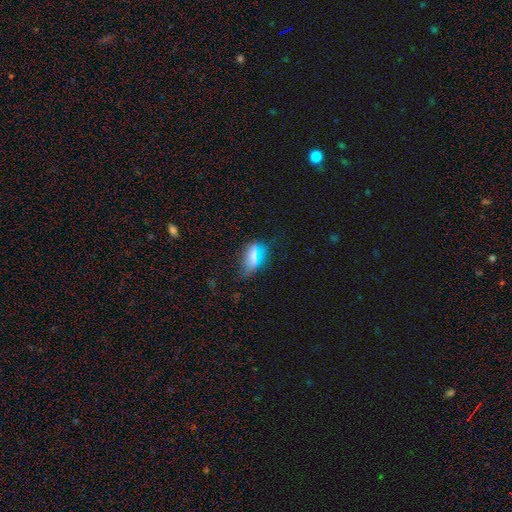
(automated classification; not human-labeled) Smooth or featured? smooth (59%)
How rounded? in between (75%)
Merging? none (74%)